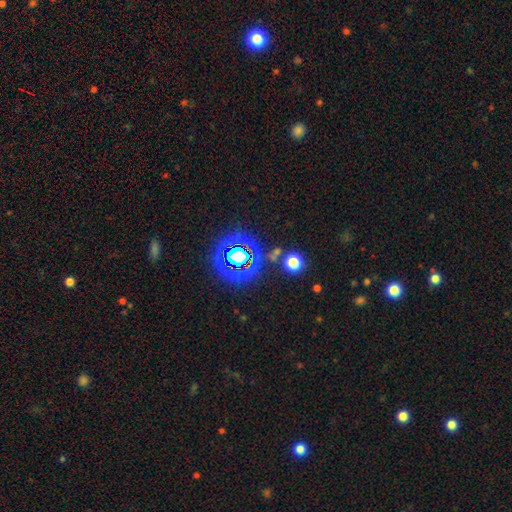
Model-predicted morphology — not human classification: This is likely a star or artifact rather than a galaxy (75%).